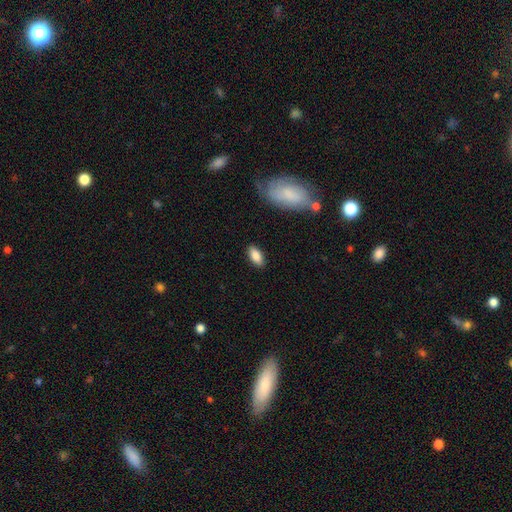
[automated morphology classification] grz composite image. It shows a smooth galaxy with no disk features (86%) that is in between round and cigar-shaped (89%). Merging: none (87%).